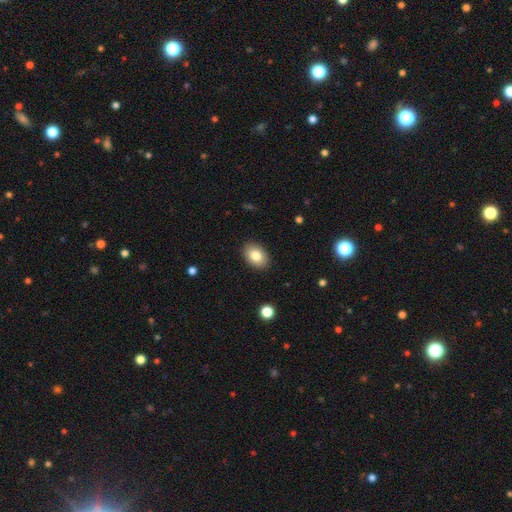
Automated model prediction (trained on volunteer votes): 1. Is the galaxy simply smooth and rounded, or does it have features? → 82% smooth, 10% featured or disk, 8% star or artifact.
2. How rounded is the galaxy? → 82% in between, 17% round, 1% cigar-shaped.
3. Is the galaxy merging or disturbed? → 89% none, 8% minor disturbance, 2% major disturbance, 1% merger.